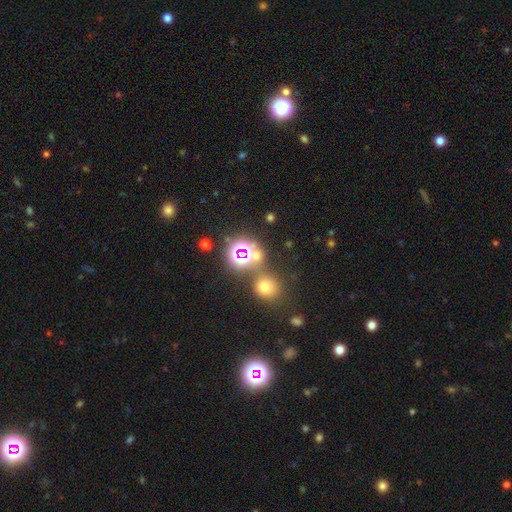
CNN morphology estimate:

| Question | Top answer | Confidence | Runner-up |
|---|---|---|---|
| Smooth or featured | star or artifact | 55% | smooth (36%) |